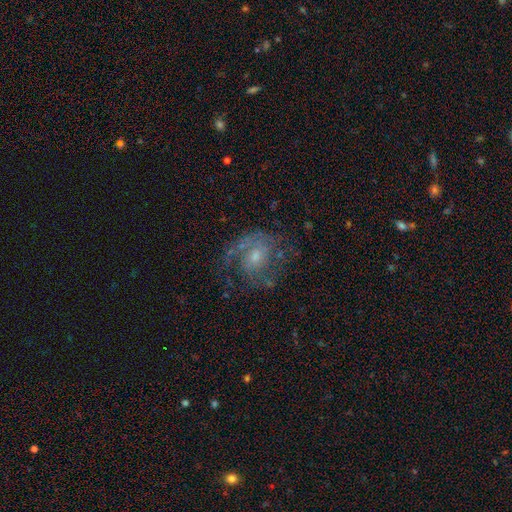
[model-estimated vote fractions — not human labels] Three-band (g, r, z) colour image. It shows a featured or disk galaxy (78%) with no bar (62%), 2 (50%) medium (45%) spiral arms (89%) and a moderate central bulge (46%). Merging: none (62%).